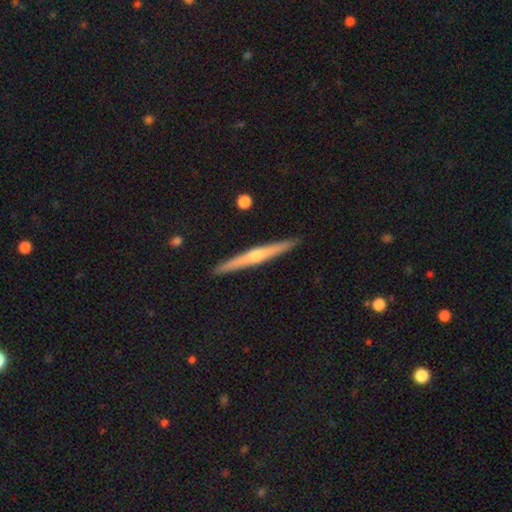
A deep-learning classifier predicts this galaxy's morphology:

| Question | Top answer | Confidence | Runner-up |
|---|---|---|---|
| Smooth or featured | featured or disk | 68% | smooth (26%) |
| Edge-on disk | yes | 98% | no (2%) |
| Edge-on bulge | rounded | 80% | none (16%) |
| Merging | none | 92% | minor disturbance (6%) |